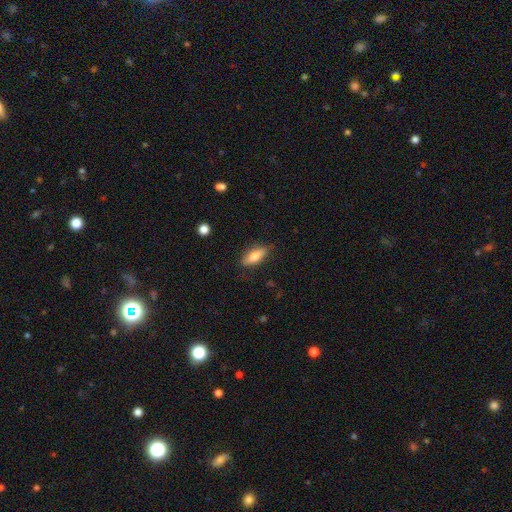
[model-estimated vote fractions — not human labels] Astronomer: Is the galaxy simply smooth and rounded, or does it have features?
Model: smooth — 71%.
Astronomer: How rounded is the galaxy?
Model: in between — 70%.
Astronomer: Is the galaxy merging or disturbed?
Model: none — 82%.